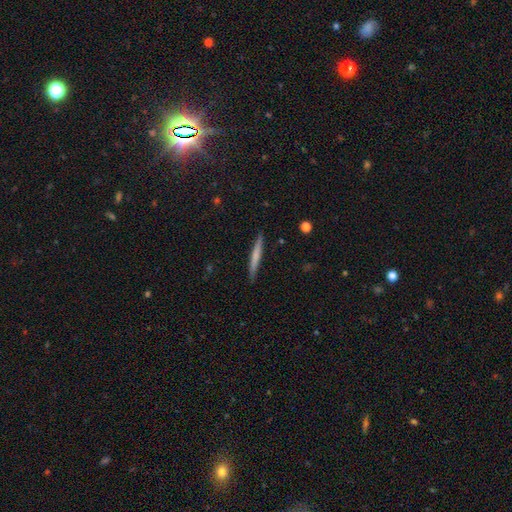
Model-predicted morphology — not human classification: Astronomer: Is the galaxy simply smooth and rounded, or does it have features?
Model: smooth — 57% (runner-up: featured or disk, 37%).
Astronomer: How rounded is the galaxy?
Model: cigar-shaped — 96%.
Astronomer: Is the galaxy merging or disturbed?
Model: none — 90%.